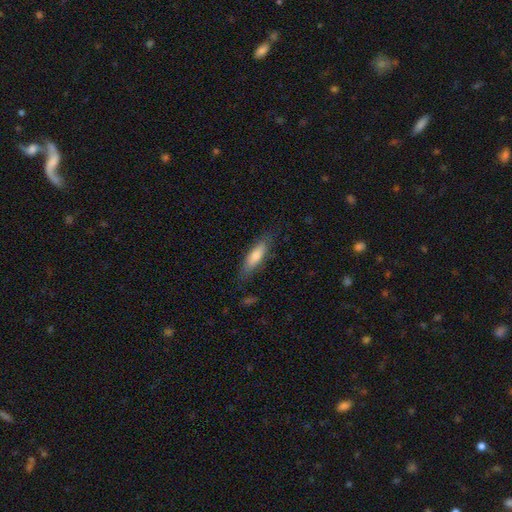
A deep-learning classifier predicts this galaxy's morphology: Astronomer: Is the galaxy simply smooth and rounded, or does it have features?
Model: smooth — 71%.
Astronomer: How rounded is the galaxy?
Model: cigar-shaped — 59% (runner-up: in between, 40%).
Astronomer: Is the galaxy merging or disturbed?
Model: none — 78%.